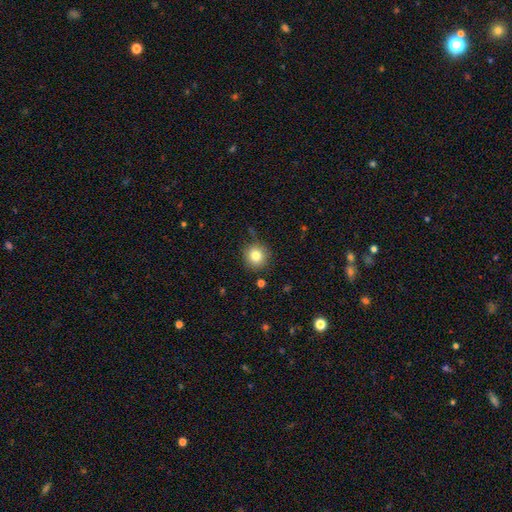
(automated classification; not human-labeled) Overall: smooth (81%). How rounded: round (94%). Merging: none (85%).